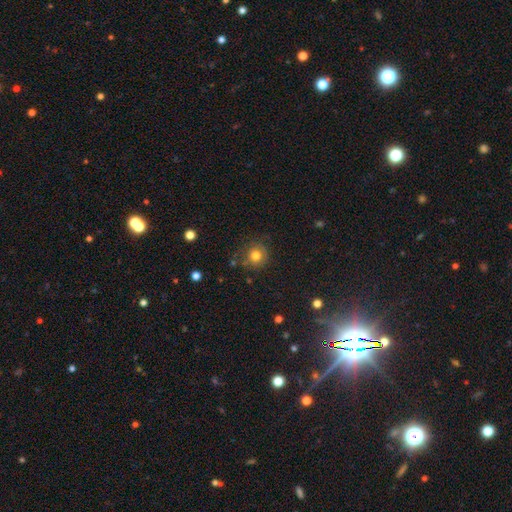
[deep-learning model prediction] A smooth galaxy with no disk features (78%) that is round (90%). Merging: none (79%).